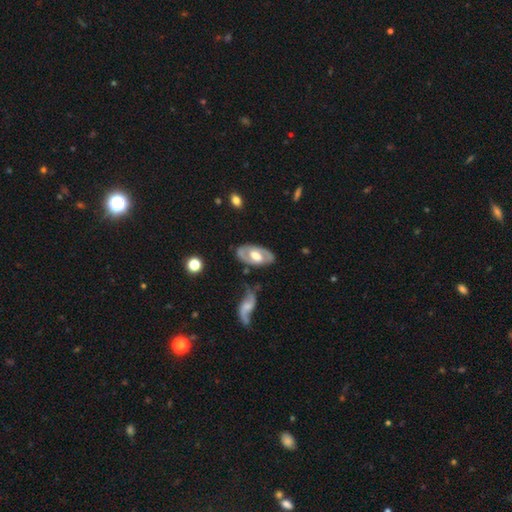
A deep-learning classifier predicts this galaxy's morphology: Overall: featured or disk (69%). Edge-on disk: no (90%). Bar: no (50%; weak 36%). Spiral arms: yes (61%; no 39%). Bulge size: moderate (52%; large 37%). Merging: none (73%).